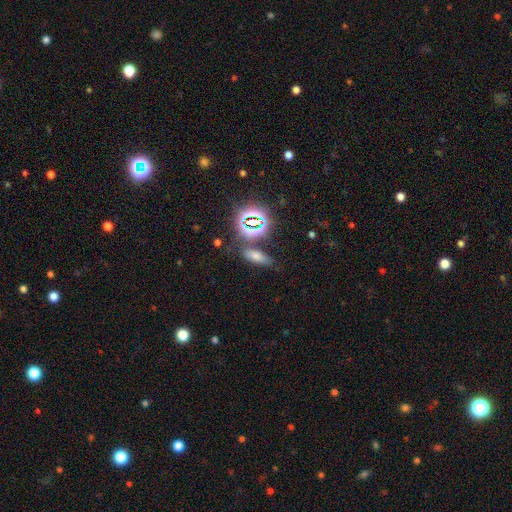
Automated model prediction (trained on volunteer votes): Smooth or featured? smooth (58%)
How rounded? in between (61%)
Merging? none (73%)